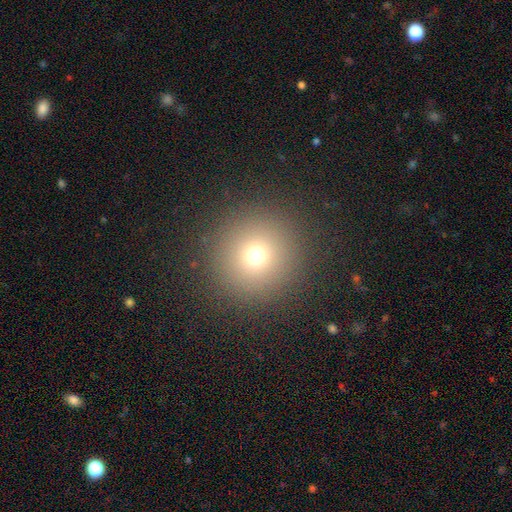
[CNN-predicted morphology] Overall: smooth (70%). How rounded: round (96%). Merging: none (90%).